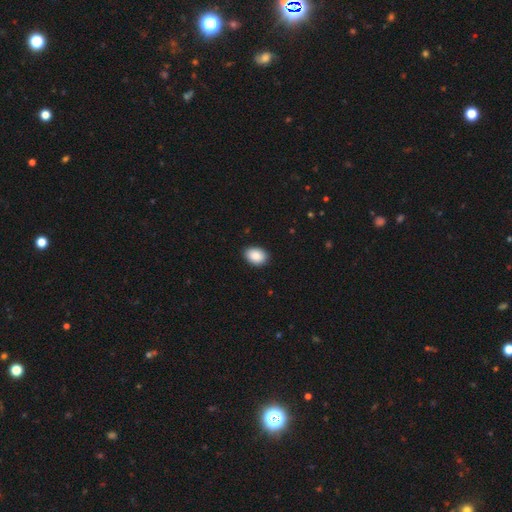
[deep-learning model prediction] Overall: smooth (90%). How rounded: in between (81%). Merging: none (89%).